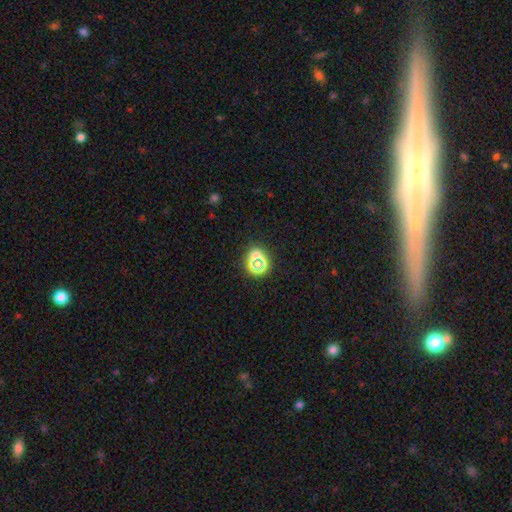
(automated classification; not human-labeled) smooth-or-featured: star or artifact: 50% | smooth: 39% | featured or disk: 11%